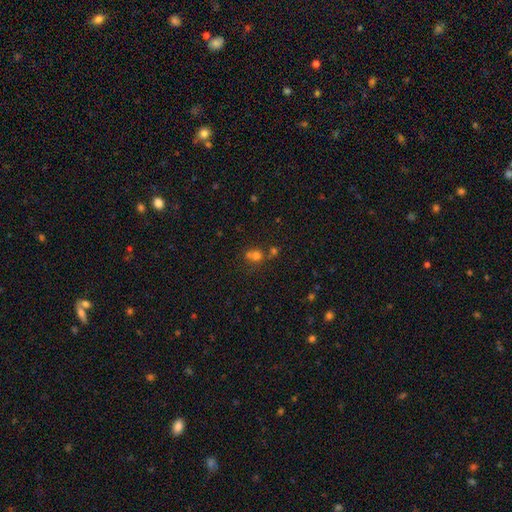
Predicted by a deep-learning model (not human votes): smooth-or-featured: smooth: 68% | star or artifact: 21% | featured or disk: 12%
  how-rounded: round: 84% | in between: 15% | cigar-shaped: 1%
  merging: none: 48% | merger: 41% | minor disturbance: 7% | major disturbance: 4%